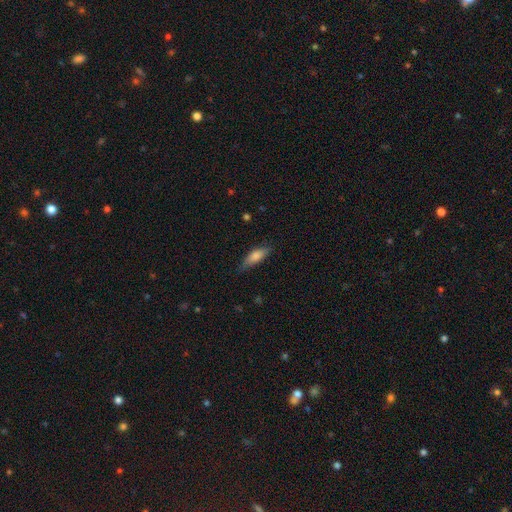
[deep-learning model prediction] Q: Smooth or featured?
A: smooth (78%); runner-up: featured or disk (16%)
Q: How rounded?
A: in between (59%); runner-up: cigar-shaped (39%)
Q: Merging?
A: none (69%); runner-up: minor disturbance (25%)